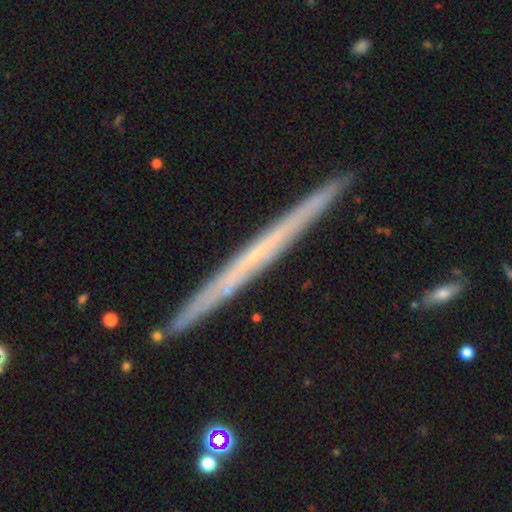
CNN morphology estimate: Q: Smooth or featured?
A: featured or disk (65%); runner-up: smooth (27%)
Q: Edge-on disk?
A: yes (97%); runner-up: no (3%)
Q: Edge-on bulge?
A: none (89%); runner-up: rounded (8%)
Q: Merging?
A: none (91%); runner-up: minor disturbance (6%)